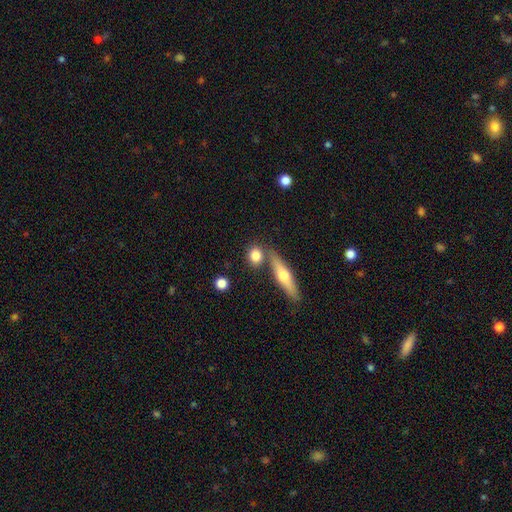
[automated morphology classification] type=smooth (78%); roundness=round (63%); merging=none (67%).